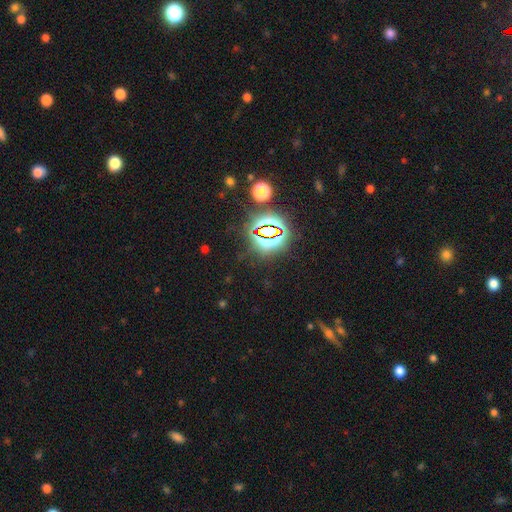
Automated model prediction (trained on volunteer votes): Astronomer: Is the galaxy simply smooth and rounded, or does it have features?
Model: star or artifact — 81%.